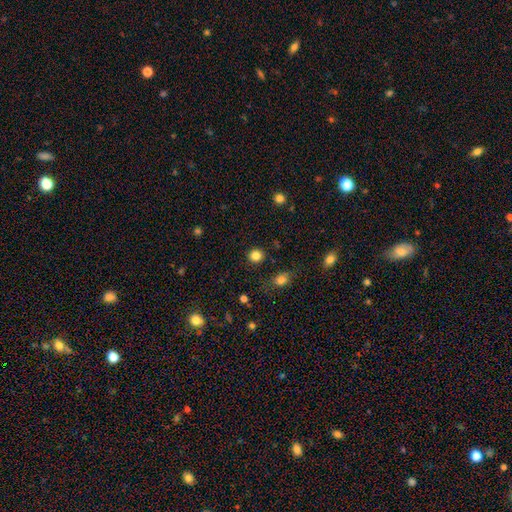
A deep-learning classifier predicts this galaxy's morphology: This is clearly a smooth galaxy (84%). How rounded: clearly round (86%). Merging: clearly none (89%).